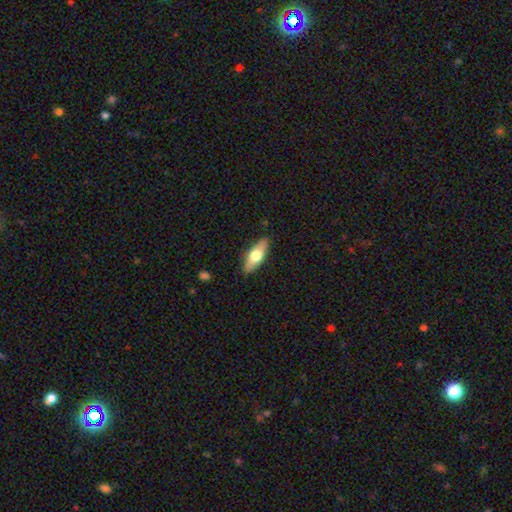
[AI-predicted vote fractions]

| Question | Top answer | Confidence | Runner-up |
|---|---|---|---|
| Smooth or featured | smooth | 59% | featured or disk (36%) |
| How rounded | in between | 70% | cigar-shaped (28%) |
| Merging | none | 86% | minor disturbance (11%) |